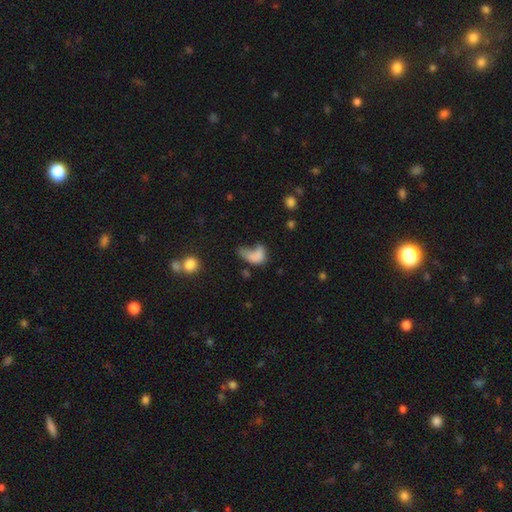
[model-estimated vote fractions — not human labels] Smooth or featured: smooth — 66% (featured or disk — 22%)
How rounded: in between — 82% (round — 14%)
Merging: major disturbance — 46% (none — 19%)